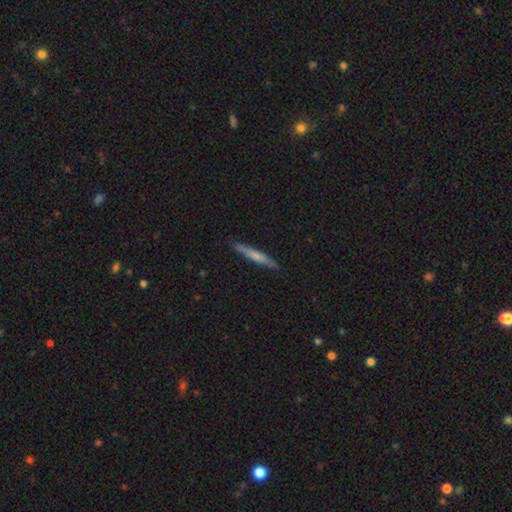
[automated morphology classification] Smooth or featured?
  - smooth: 58% *
  - featured or disk: 37%
  - star or artifact: 5%
How rounded?
  - cigar-shaped: 95% *
  - in between: 4%
  - round: 1%
Merging?
  - none: 90% *
  - minor disturbance: 8%
  - major disturbance: 1%
  - merger: 1%